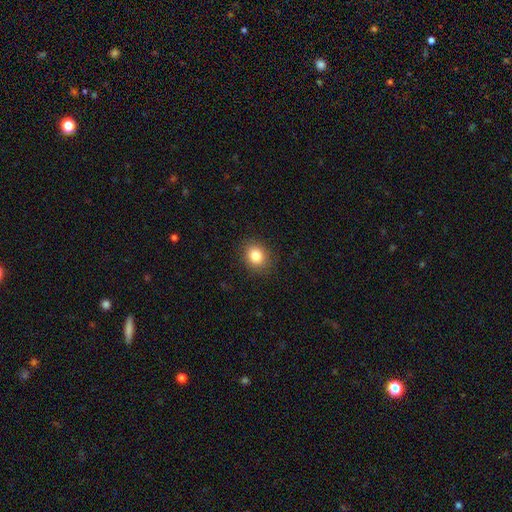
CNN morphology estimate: Q: Smooth or featured?
A: smooth (84%); runner-up: star or artifact (10%)
Q: How rounded?
A: round (65%); runner-up: in between (34%)
Q: Merging?
A: none (88%); runner-up: minor disturbance (8%)